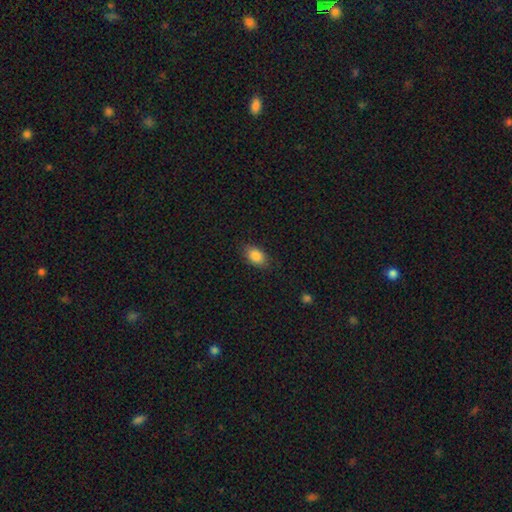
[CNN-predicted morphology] Smooth or featured: smooth — 87% (star or artifact — 8%)
How rounded: in between — 88% (round — 9%)
Merging: none — 83% (minor disturbance — 13%)